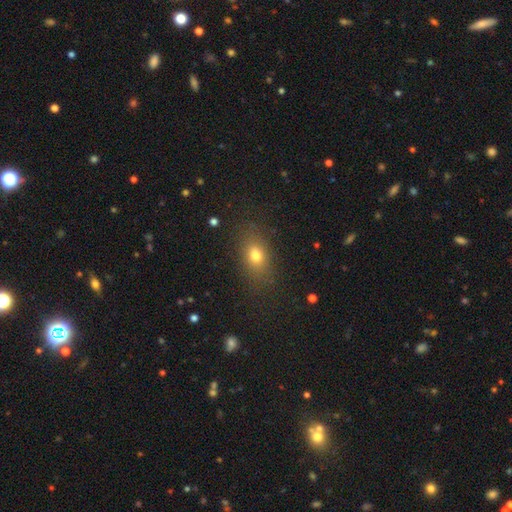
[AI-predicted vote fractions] Q: Smooth or featured?
A: smooth (75%); runner-up: star or artifact (13%)
Q: How rounded?
A: in between (75%); runner-up: round (21%)
Q: Merging?
A: none (82%); runner-up: minor disturbance (12%)